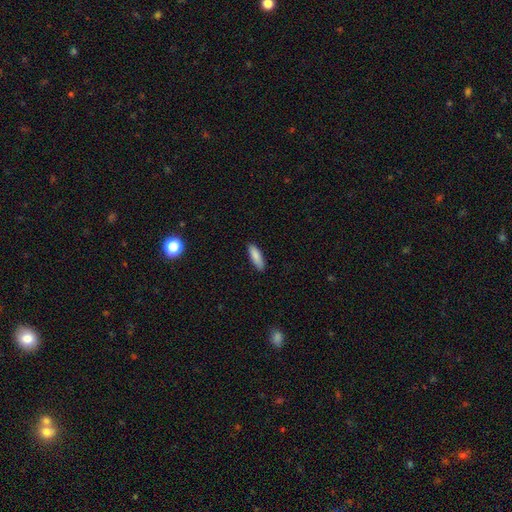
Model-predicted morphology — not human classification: type=smooth (87%); roundness=cigar-shaped (50%); merging=none (86%).